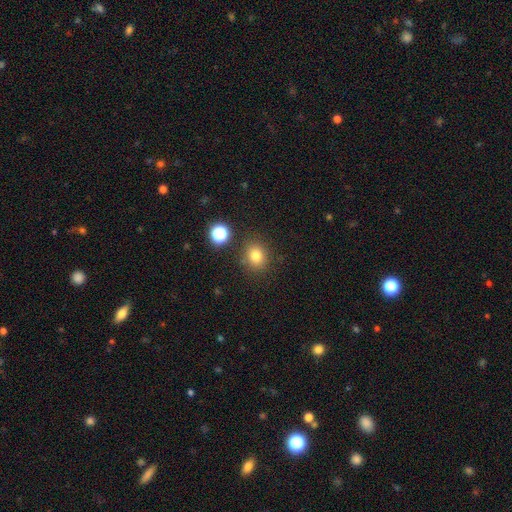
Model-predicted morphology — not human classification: smooth_or_featured: smooth (p=0.78) [alt: star or artifact p=0.15]
how_rounded: round (p=0.68) [alt: in between p=0.31]
merging: none (p=0.82) [alt: minor disturbance p=0.10]